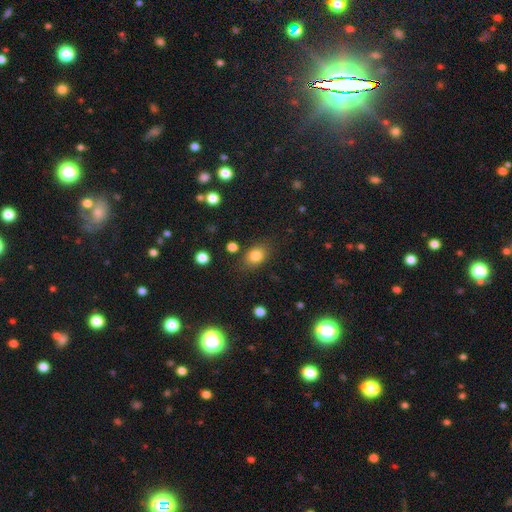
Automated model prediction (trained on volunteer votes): Smooth or featured? Predicted: smooth (p=0.83). How rounded? Predicted: in between (p=0.62). Merging? Predicted: none (p=0.78).